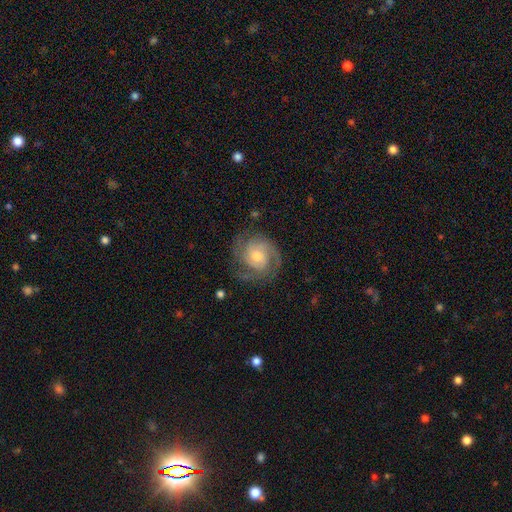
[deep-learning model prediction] Smooth or featured: featured or disk — 84% (smooth — 10%)
Edge-on disk: no — 98% (yes — 2%)
Bar: no — 66% (weak — 29%)
Spiral arms: yes — 96% (no — 4%)
Spiral winding: tight — 56% (medium — 37%)
Spiral arm count: 2 — 53% (3 — 21%)
Bulge size: moderate — 51% (small — 39%)
Merging: none — 77% (minor disturbance — 15%)